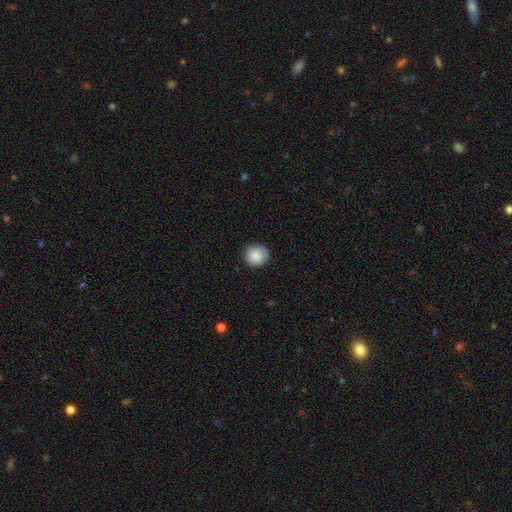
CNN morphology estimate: This appears to be a smooth galaxy with no disk features (85%) that is round (90%). Merging: none (83%).